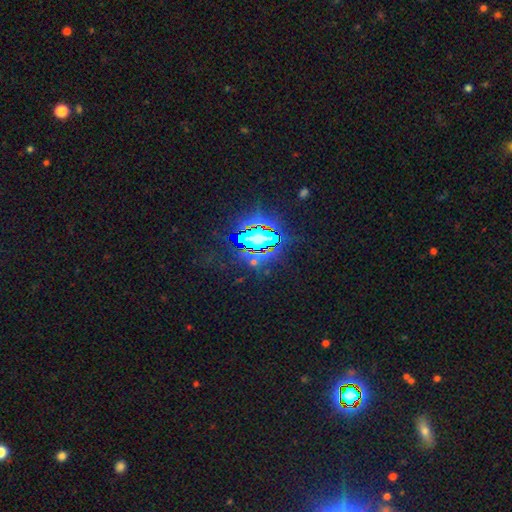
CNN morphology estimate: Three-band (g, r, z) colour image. It shows a star or artifact, not a galaxy (73%).